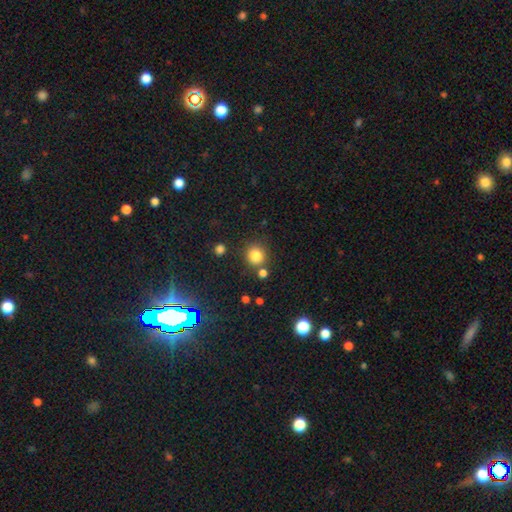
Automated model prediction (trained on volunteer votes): This is clearly a smooth galaxy (83%). How rounded: clearly round (90%). Merging: likely none (77%).